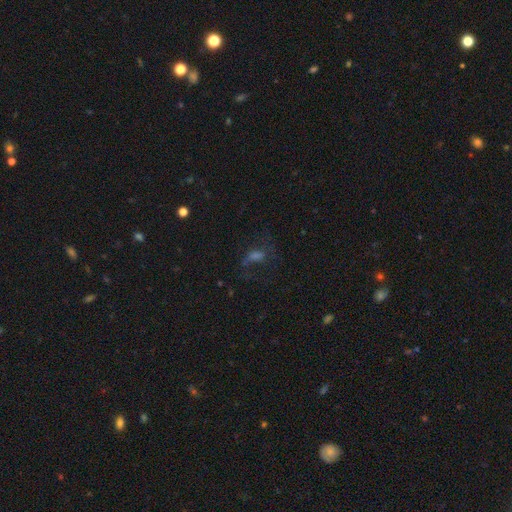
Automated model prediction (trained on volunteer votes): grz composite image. It shows a featured or disk galaxy (40%). Merging: none (49%).